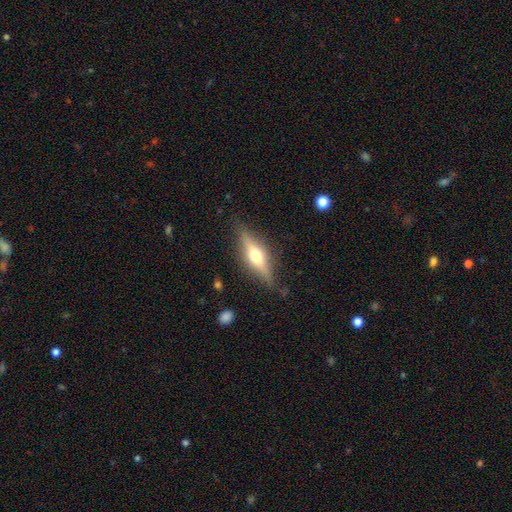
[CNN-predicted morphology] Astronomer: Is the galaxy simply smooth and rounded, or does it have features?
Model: featured or disk — 63%.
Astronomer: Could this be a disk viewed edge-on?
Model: yes — 93%.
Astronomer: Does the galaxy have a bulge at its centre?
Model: rounded — 93%.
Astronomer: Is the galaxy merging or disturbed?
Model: none — 84%.